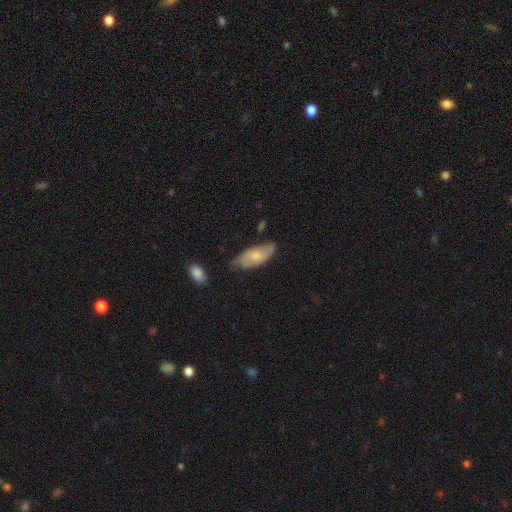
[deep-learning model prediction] A smooth galaxy with no disk features (51%) that is in between round and cigar-shaped (86%). Merging: none (64%).